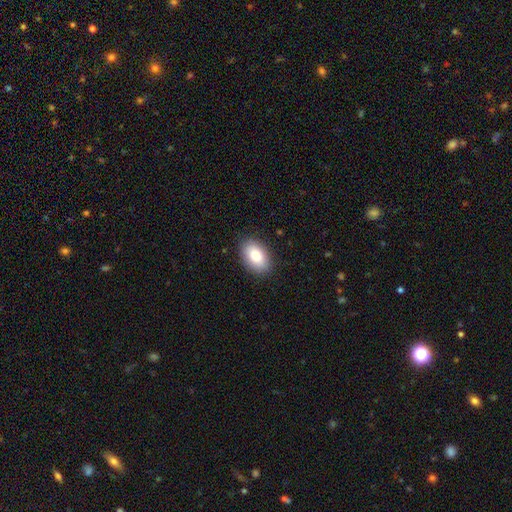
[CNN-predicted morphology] smooth-or-featured: smooth: 81% | featured or disk: 11% | star or artifact: 8%
  how-rounded: in between: 89% | round: 9% | cigar-shaped: 1%
  merging: none: 88% | minor disturbance: 9% | major disturbance: 2% | merger: 1%